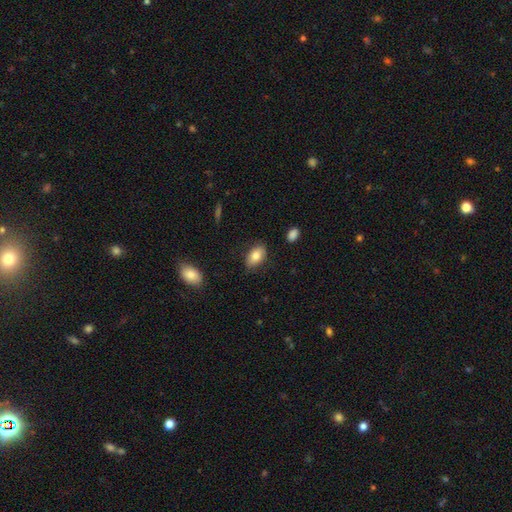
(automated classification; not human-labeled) A smooth galaxy with no disk features (81%) that is in between round and cigar-shaped (92%).

Vote fractions:
- Smooth or featured? smooth: 81% / featured or disk: 11% / star or artifact: 7%
- How rounded? in between: 92% / round: 6% / cigar-shaped: 2%
- Merging? none: 82% / minor disturbance: 14% / major disturbance: 3% / merger: 2%